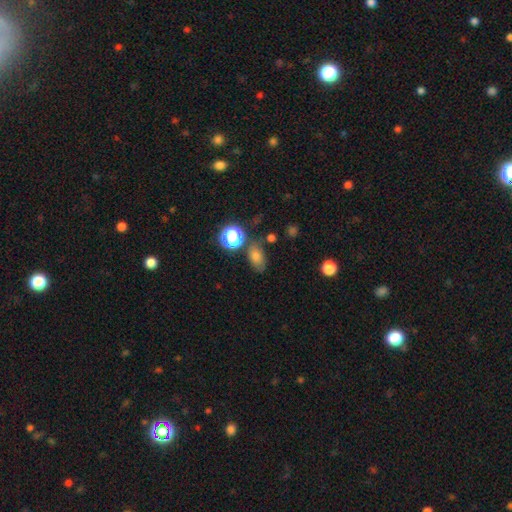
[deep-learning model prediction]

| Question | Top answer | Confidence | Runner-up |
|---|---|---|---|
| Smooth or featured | smooth | 65% | star or artifact (23%) |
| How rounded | in between | 73% | round (24%) |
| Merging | none | 70% | minor disturbance (18%) |